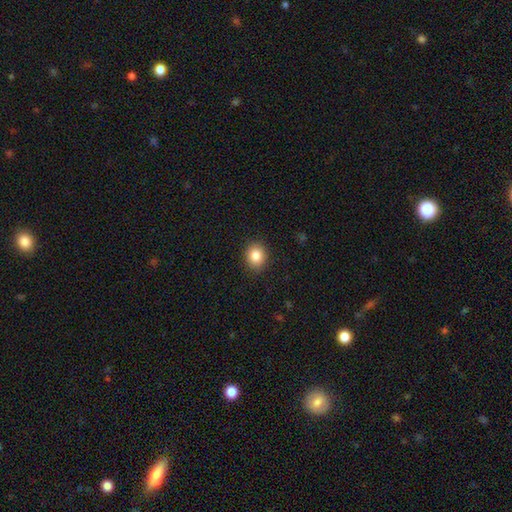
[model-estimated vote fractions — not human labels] A smooth galaxy with no disk features (85%) that is round (70%). Merging: none (89%).